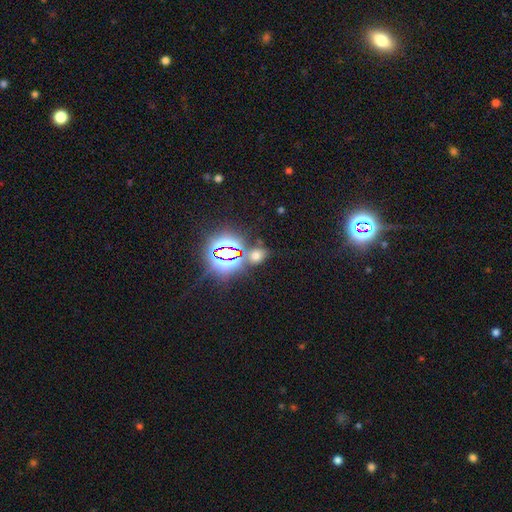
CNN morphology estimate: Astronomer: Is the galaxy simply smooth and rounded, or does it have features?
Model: star or artifact — 47% (runner-up: smooth, 46%).